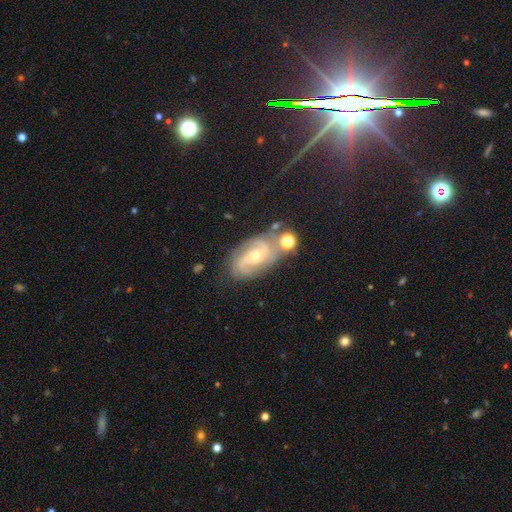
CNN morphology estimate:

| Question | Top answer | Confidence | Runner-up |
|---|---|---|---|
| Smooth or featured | featured or disk | 83% | smooth (9%) |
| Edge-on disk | no | 96% | yes (4%) |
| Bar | no | 58% | weak (33%) |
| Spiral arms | yes | 96% | no (4%) |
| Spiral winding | tight | 51% | medium (39%) |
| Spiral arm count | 2 | 41% | 3 (27%) |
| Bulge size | small | 58% | moderate (38%) |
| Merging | none | 65% | minor disturbance (19%) |